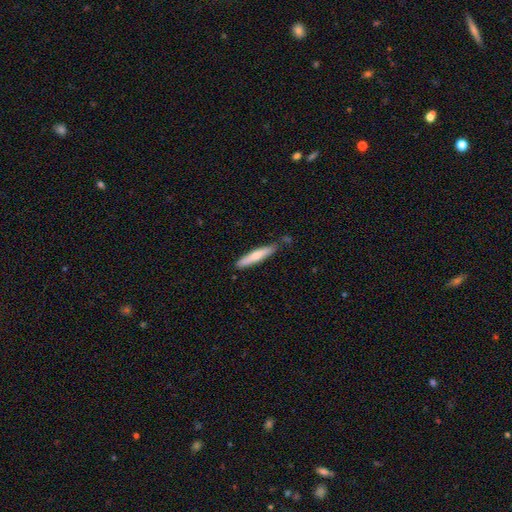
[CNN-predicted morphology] Smooth or featured? Predicted: smooth (p=0.67). How rounded? Predicted: cigar-shaped (p=0.90). Merging? Predicted: none (p=0.79).